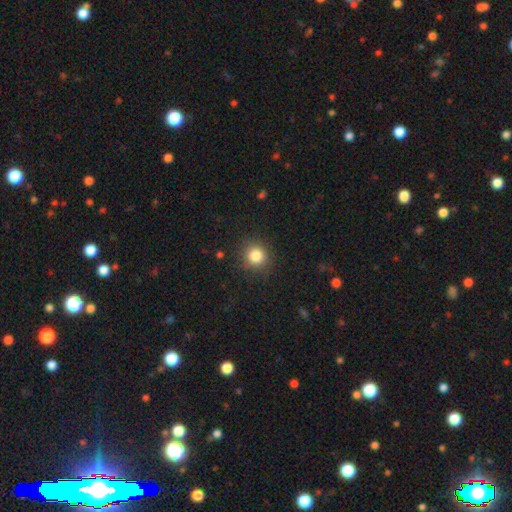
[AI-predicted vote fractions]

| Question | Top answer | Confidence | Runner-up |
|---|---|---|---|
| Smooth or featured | smooth | 83% | star or artifact (12%) |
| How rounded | round | 91% | in between (8%) |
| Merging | none | 87% | minor disturbance (9%) |